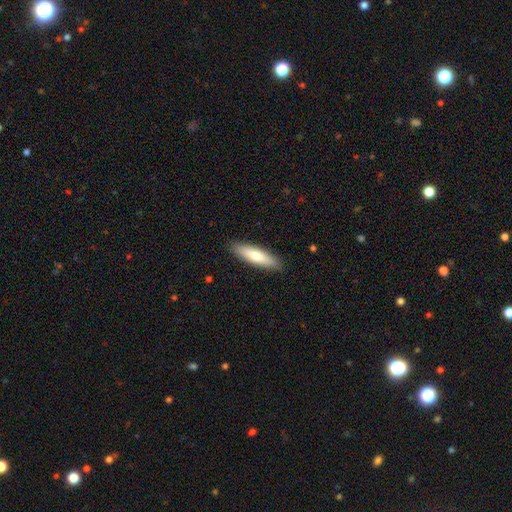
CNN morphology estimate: Overall: smooth (74%). How rounded: cigar-shaped (70%). Merging: none (89%).